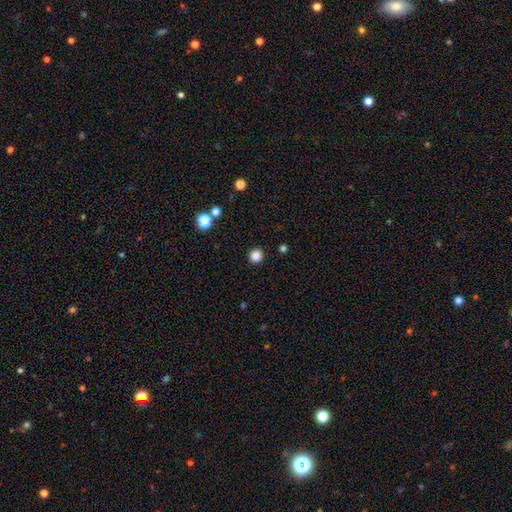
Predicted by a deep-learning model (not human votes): A smooth galaxy with no disk features (84%) that is round (95%).

Vote fractions:
- Smooth or featured? smooth: 84% / star or artifact: 12% / featured or disk: 3%
- How rounded? round: 95% / in between: 4% / cigar-shaped: 1%
- Merging? none: 92% / minor disturbance: 4% / major disturbance: 2% / merger: 1%